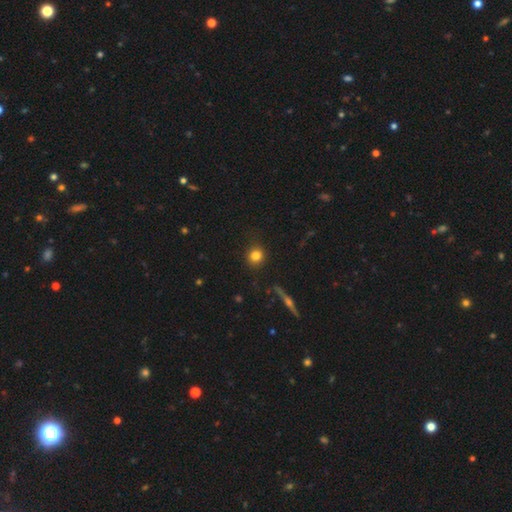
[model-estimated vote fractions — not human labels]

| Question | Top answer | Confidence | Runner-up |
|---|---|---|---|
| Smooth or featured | smooth | 81% | star or artifact (10%) |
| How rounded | round | 87% | in between (11%) |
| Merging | none | 87% | minor disturbance (9%) |